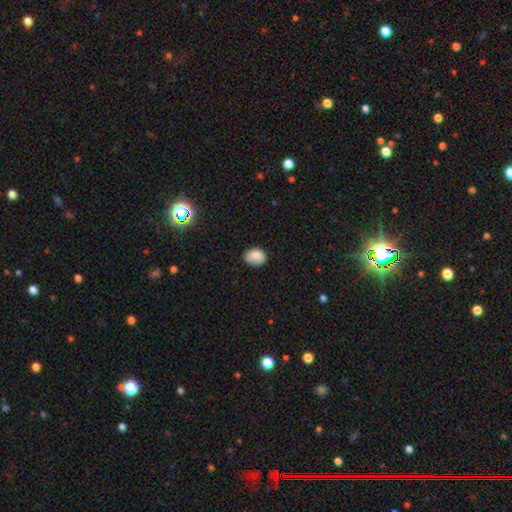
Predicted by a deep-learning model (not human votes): smooth-or-featured: smooth: 85% | star or artifact: 9% | featured or disk: 6%
  how-rounded: in between: 54% | round: 45% | cigar-shaped: 1%
  merging: none: 78% | minor disturbance: 18% | major disturbance: 3% | merger: 1%